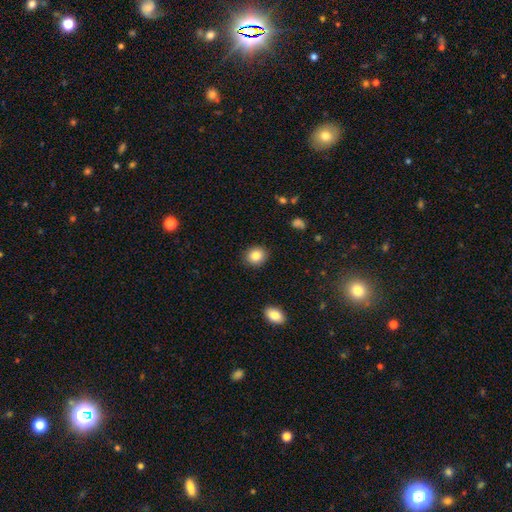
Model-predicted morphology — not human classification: Smooth or featured? Predicted: smooth (p=0.85). How rounded? Predicted: round (p=0.73). Merging? Predicted: none (p=0.89).